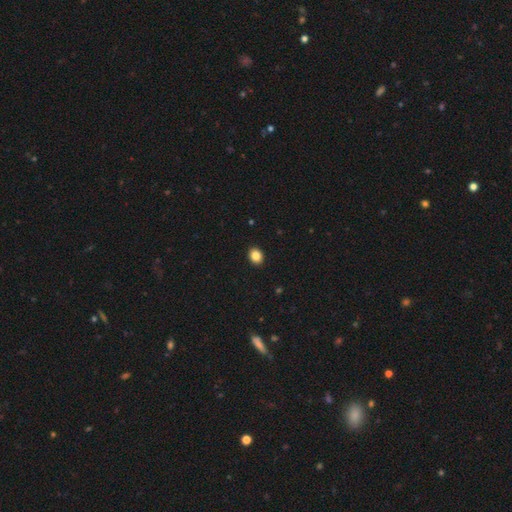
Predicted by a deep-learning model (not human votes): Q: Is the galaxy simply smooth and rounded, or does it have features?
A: smooth — 86%.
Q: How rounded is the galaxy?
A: round — 51%.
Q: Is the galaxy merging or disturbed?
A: none — 92%.